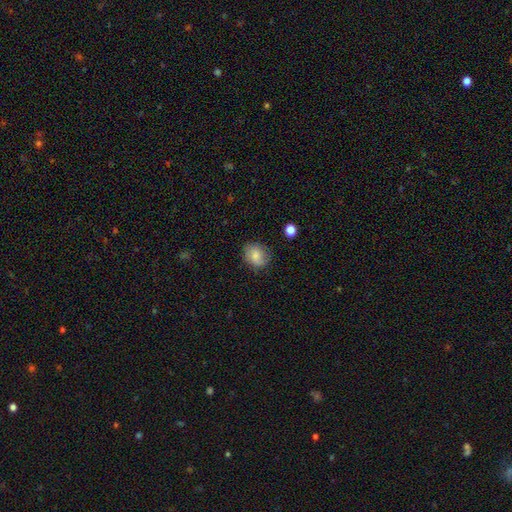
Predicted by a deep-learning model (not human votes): Smooth or featured? Predicted: smooth (p=0.76). How rounded? Predicted: round (p=0.60). Merging? Predicted: none (p=0.75).